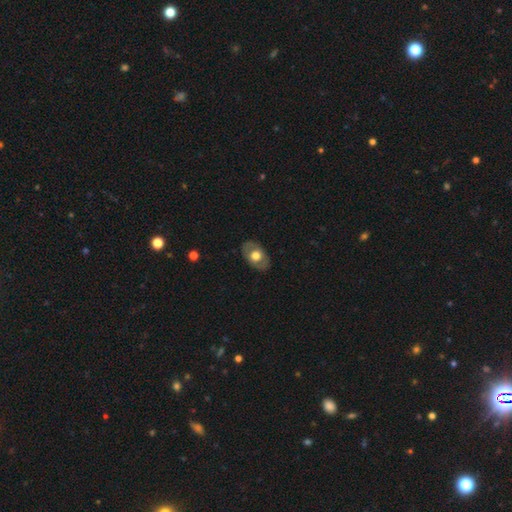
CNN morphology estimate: Smooth or featured? smooth (51%)
How rounded? in between (81%)
Merging? none (84%)